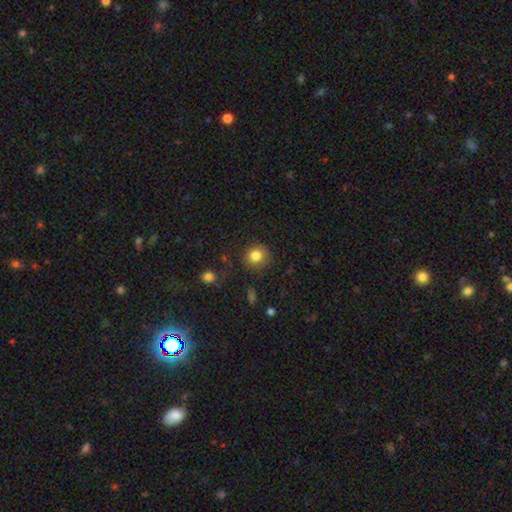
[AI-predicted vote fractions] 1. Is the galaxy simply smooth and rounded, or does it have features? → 83% smooth, 10% star or artifact, 7% featured or disk.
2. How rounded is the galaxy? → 85% round, 14% in between, 1% cigar-shaped.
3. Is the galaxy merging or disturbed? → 84% none, 11% minor disturbance, 3% major disturbance, 2% merger.